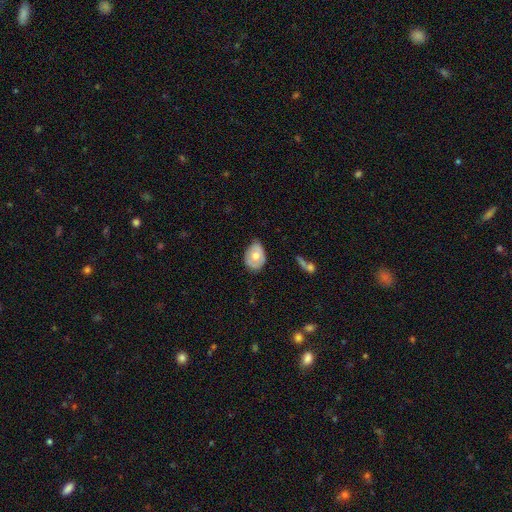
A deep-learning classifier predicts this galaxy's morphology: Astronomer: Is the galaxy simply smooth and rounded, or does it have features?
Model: smooth — 60%.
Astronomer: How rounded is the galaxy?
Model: in between — 74%.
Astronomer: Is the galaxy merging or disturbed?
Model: none — 59%.